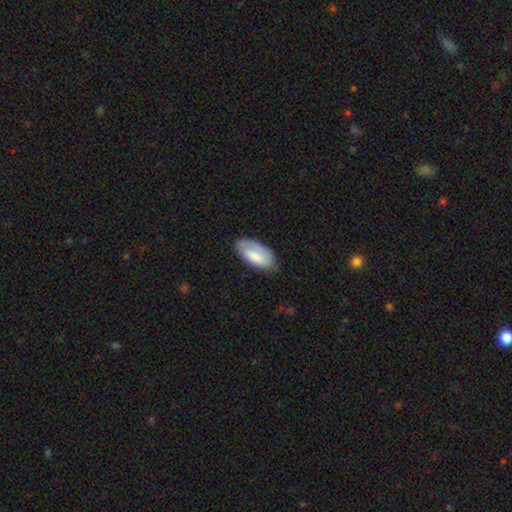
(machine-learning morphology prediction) This is likely a smooth galaxy (71%). How rounded: clearly in between (93%). Merging: likely none (69%).